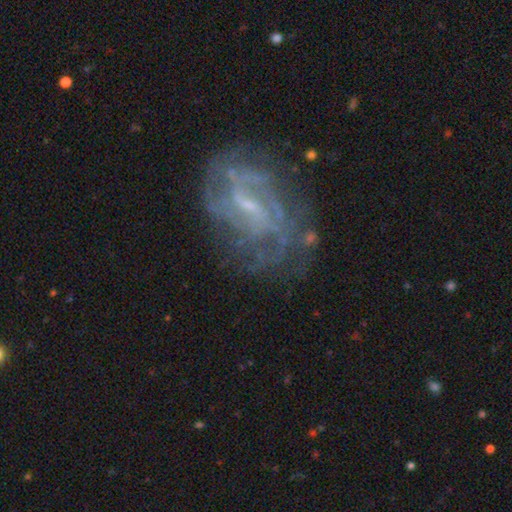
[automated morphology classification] Smooth or featured: featured or disk — 78% (star or artifact — 13%)
Edge-on disk: no — 95% (yes — 5%)
Bar: weak — 53% (strong — 27%)
Spiral arms: yes — 89% (no — 11%)
Spiral winding: tight — 49% (medium — 37%)
Spiral arm count: can't tell — 42% (2 — 21%)
Bulge size: small — 63% (moderate — 20%)
Merging: none — 72% (minor disturbance — 16%)